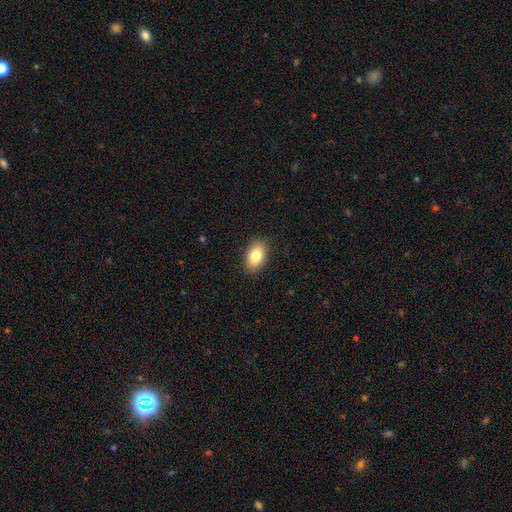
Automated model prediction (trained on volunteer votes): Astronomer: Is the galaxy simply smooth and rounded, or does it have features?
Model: smooth — 82%.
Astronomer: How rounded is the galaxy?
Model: in between — 90%.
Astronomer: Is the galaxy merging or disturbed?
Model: none — 88%.